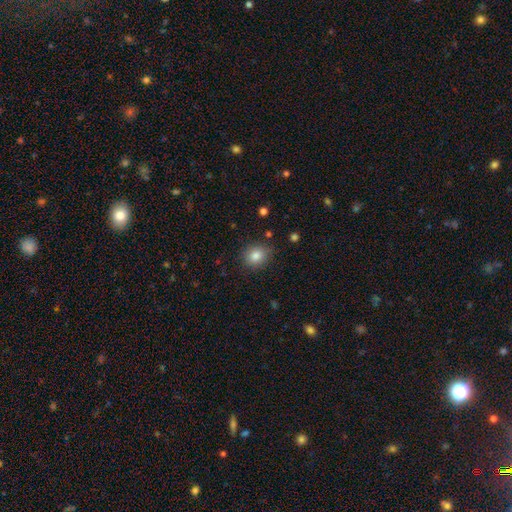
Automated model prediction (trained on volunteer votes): A smooth galaxy with no disk features (84%) that is round (67%). Merging: none (85%).